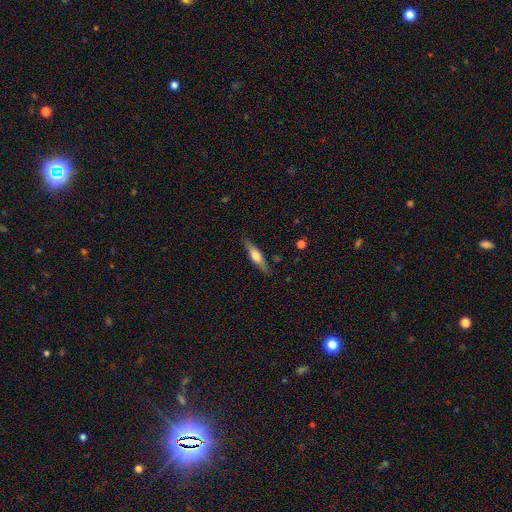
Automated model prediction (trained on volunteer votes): Smooth or featured: featured or disk — 54% (smooth — 40%)
Edge-on disk: yes — 94% (no — 6%)
Edge-on bulge: rounded — 87% (boxy — 10%)
Merging: none — 85% (minor disturbance — 11%)